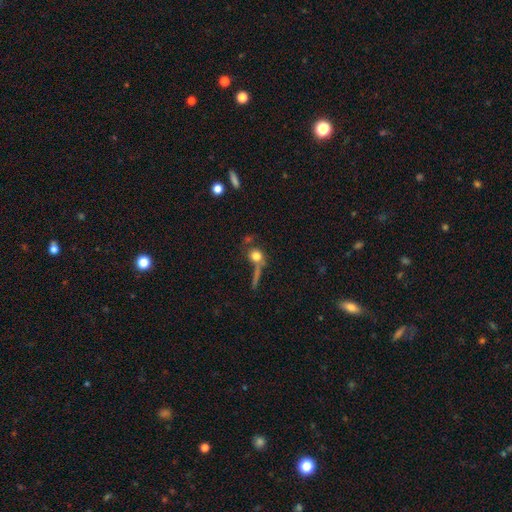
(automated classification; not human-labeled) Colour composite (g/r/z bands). It shows a smooth galaxy with no disk features (73%) that is round (81%). Merging: none (52%).